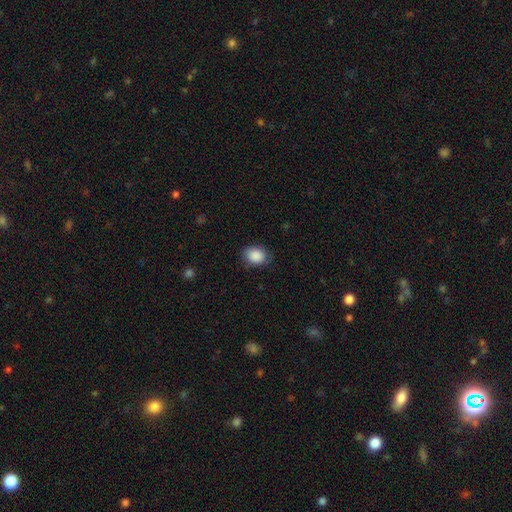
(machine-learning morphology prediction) Smooth or featured?
  - smooth: 89% *
  - star or artifact: 7%
  - featured or disk: 3%
How rounded?
  - in between: 66% *
  - round: 33%
  - cigar-shaped: 1%
Merging?
  - none: 81% *
  - minor disturbance: 14%
  - major disturbance: 3%
  - merger: 1%